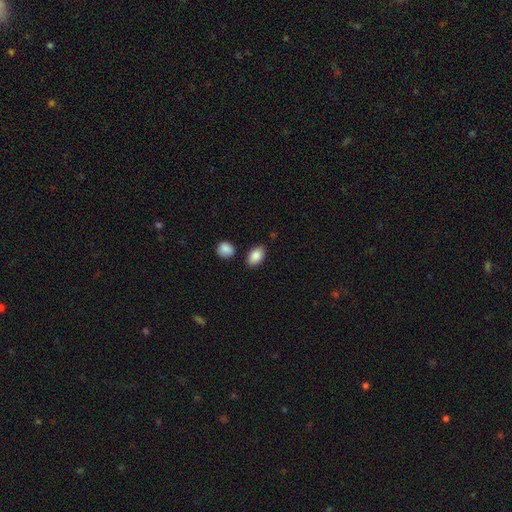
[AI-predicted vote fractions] The model was most divided on "merging": none: 82%, minor disturbance: 10%, merger: 5%, major disturbance: 3%. More confident: smooth or featured — smooth (88%); how rounded — in between (87%).